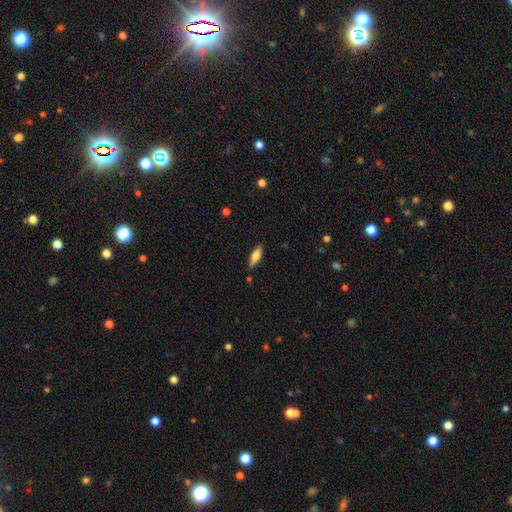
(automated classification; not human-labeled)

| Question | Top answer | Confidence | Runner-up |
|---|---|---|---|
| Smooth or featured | smooth | 69% | featured or disk (24%) |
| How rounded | in between | 55% | cigar-shaped (43%) |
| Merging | none | 84% | minor disturbance (12%) |